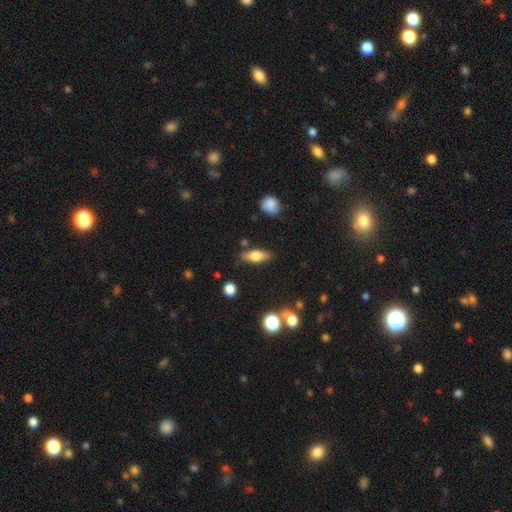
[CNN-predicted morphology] Smooth or featured?
  - smooth: 59% *
  - featured or disk: 34%
  - star or artifact: 8%
How rounded?
  - in between: 67% *
  - cigar-shaped: 29%
  - round: 4%
Merging?
  - none: 80% *
  - minor disturbance: 13%
  - merger: 4%
  - major disturbance: 3%